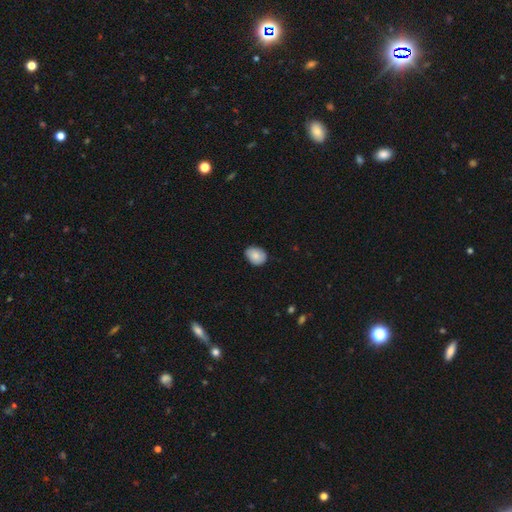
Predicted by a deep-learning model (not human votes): smooth-or-featured: smooth: 84% | featured or disk: 9% | star or artifact: 7%
  how-rounded: in between: 61% | round: 38% | cigar-shaped: 1%
  merging: none: 81% | minor disturbance: 16% | major disturbance: 2% | merger: 1%